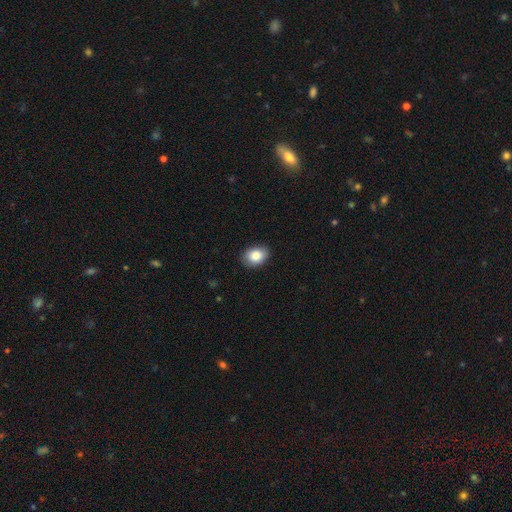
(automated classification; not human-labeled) Morphology: type=smooth (85%); roundness=in between (70%); merging=none (86%).